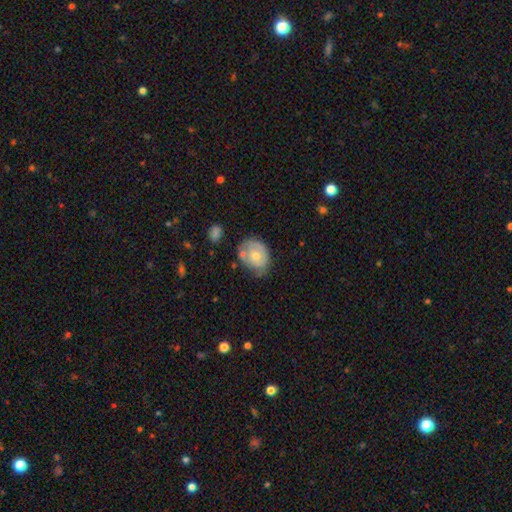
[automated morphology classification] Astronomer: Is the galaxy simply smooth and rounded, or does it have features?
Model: smooth — 50% (runner-up: featured or disk, 42%).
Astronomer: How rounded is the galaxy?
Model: round — 50% (runner-up: in between, 49%).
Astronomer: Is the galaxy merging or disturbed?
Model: none — 52% (runner-up: minor disturbance, 31%).